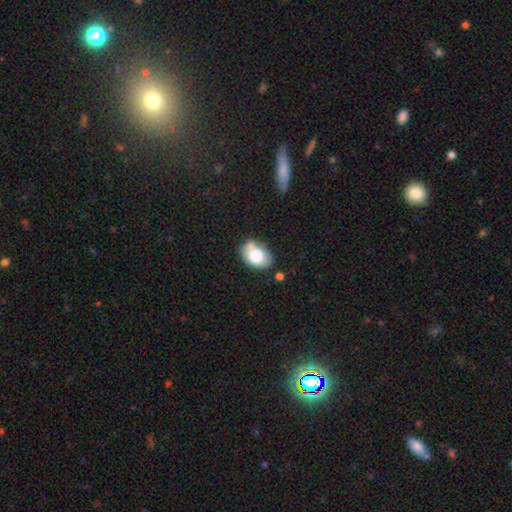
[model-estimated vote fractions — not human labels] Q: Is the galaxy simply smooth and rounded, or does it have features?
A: smooth — 71%.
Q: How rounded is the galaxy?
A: in between — 83%.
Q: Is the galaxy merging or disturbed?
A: none — 54%.